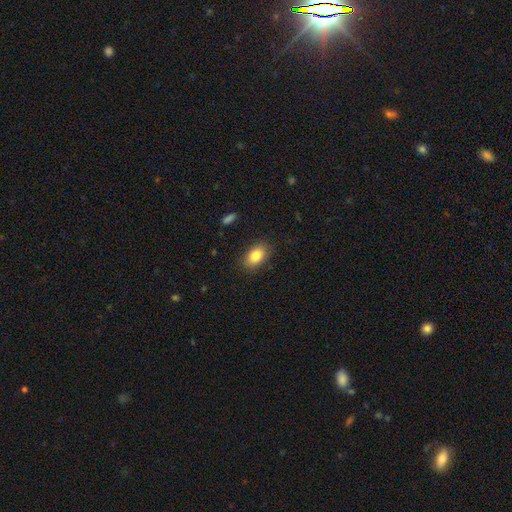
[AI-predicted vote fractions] This is clearly a smooth galaxy (83%). How rounded: clearly in between (88%). Merging: clearly none (85%).